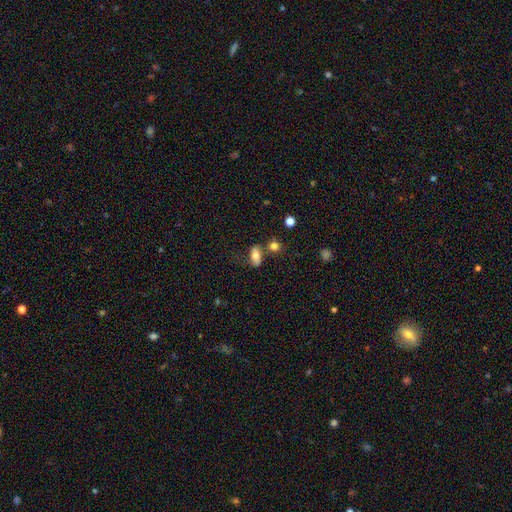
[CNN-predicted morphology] The model was most divided on "merging": none: 52%, minor disturbance: 21%, merger: 15%, major disturbance: 12%. More confident: how rounded — in between (82%); smooth or featured — smooth (69%).